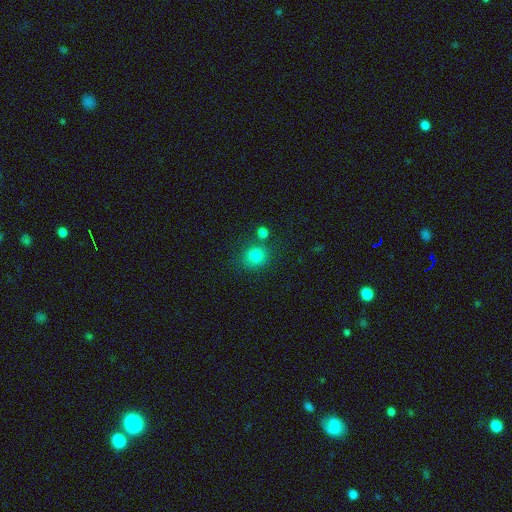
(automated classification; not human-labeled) The model was most divided on "merging": none: 74%, merger: 12%, minor disturbance: 11%, major disturbance: 4%. More confident: how rounded — round (86%); smooth or featured — smooth (81%).